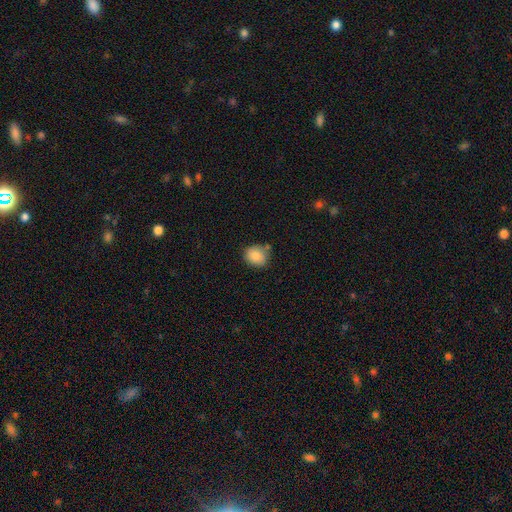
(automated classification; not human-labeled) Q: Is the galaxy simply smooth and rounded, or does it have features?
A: smooth — 86%.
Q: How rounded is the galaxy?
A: round — 67%.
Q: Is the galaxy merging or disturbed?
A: none — 70%.